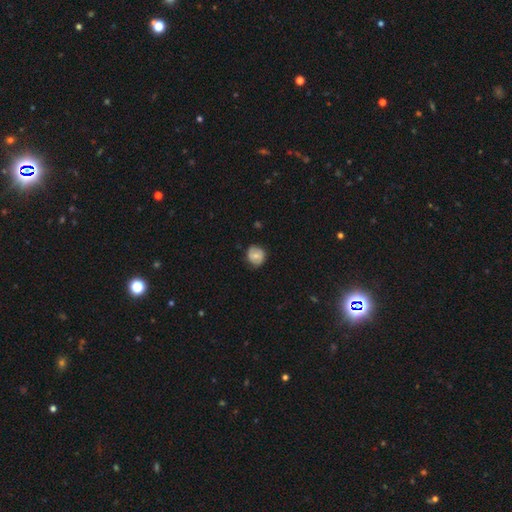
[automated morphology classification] Smooth or featured?
  - smooth: 59% *
  - featured or disk: 34%
  - star or artifact: 8%
How rounded?
  - round: 84% *
  - in between: 15%
  - cigar-shaped: 1%
Merging?
  - none: 77% *
  - minor disturbance: 18%
  - major disturbance: 3%
  - merger: 1%